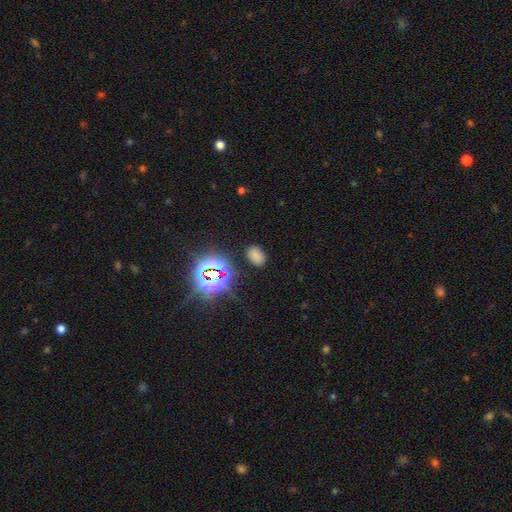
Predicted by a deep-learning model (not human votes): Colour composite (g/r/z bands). It shows a smooth galaxy with no disk features (68%) that is in between round and cigar-shaped (86%). Merging: none (85%).